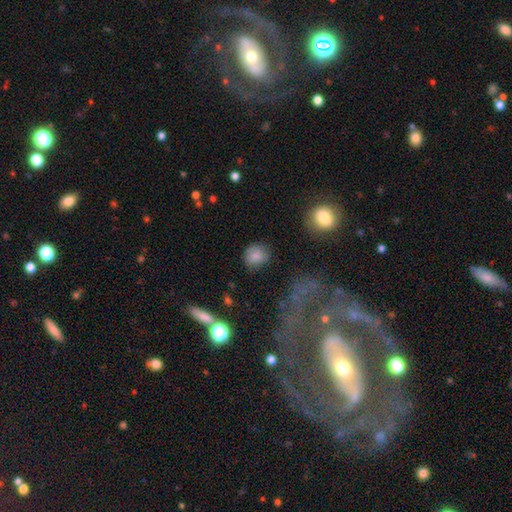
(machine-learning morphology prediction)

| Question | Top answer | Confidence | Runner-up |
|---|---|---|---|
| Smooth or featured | smooth | 82% | star or artifact (10%) |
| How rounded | round | 77% | in between (22%) |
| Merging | none | 75% | minor disturbance (18%) |